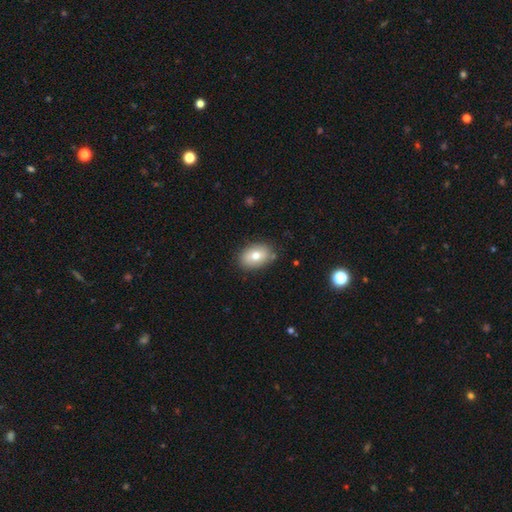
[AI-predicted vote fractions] This appears to be a smooth galaxy with no disk features (76%) that is in between round and cigar-shaped (84%). Merging: none (83%).